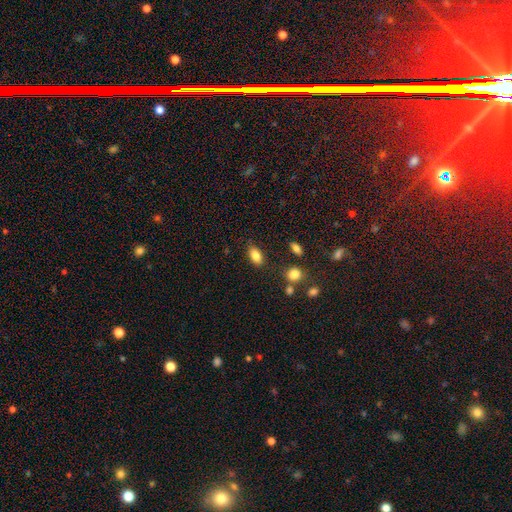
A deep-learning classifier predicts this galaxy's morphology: This is clearly a smooth galaxy (84%). How rounded: clearly in between (89%). Merging: clearly none (82%).